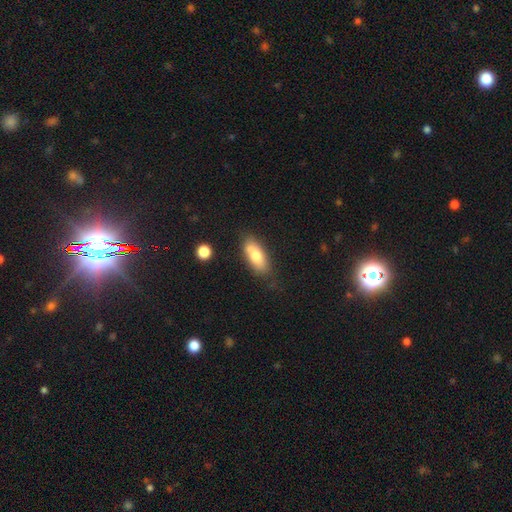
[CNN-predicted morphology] Q: Smooth or featured?
A: smooth (70%); runner-up: featured or disk (23%)
Q: How rounded?
A: in between (79%); runner-up: cigar-shaped (18%)
Q: Merging?
A: none (65%); runner-up: minor disturbance (21%)